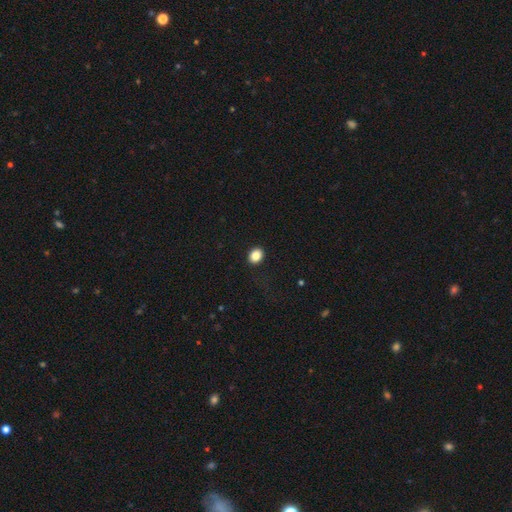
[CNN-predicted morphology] Smooth or featured? smooth (85%)
How rounded? round (54%)
Merging? none (90%)